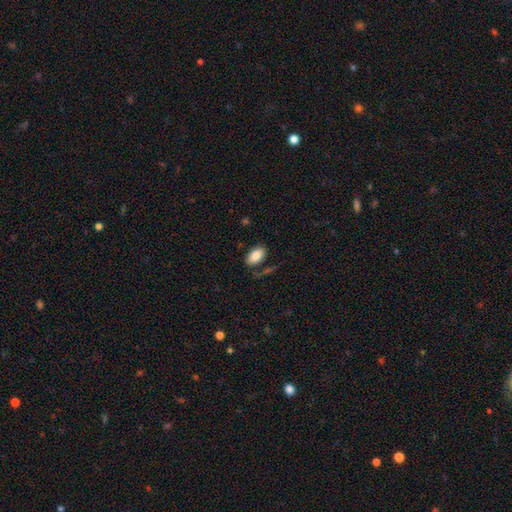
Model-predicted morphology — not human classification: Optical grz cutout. It shows a smooth galaxy with no disk features (85%) that is in between round and cigar-shaped (94%). Merging: none (76%).